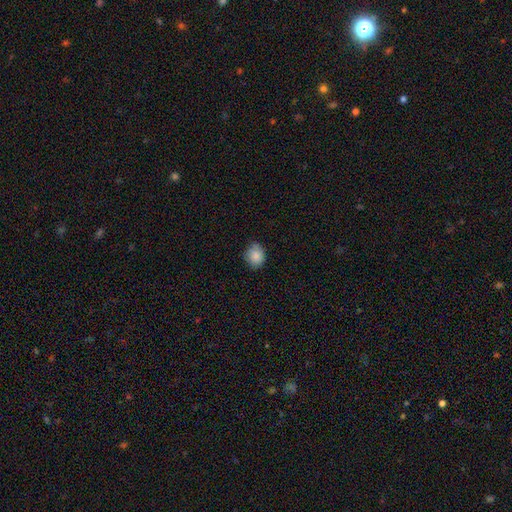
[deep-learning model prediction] A smooth galaxy with no disk features (86%) that is round (71%).

Vote fractions:
- Smooth or featured? smooth: 86% / star or artifact: 9% / featured or disk: 5%
- How rounded? round: 71% / in between: 28% / cigar-shaped: 1%
- Merging? none: 75% / minor disturbance: 20% / major disturbance: 3% / merger: 1%